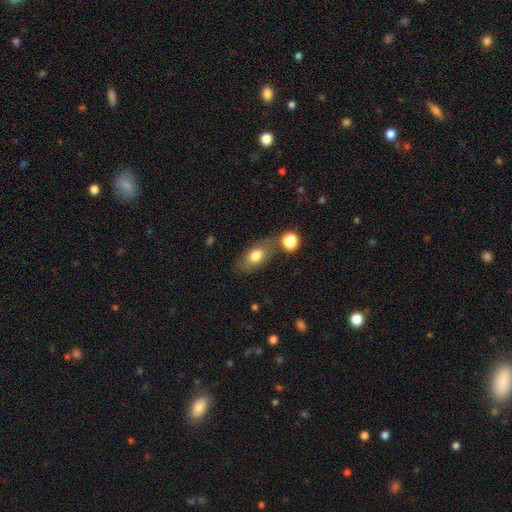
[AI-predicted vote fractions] Smooth or featured? smooth (75%)
How rounded? in between (84%)
Merging? none (67%)